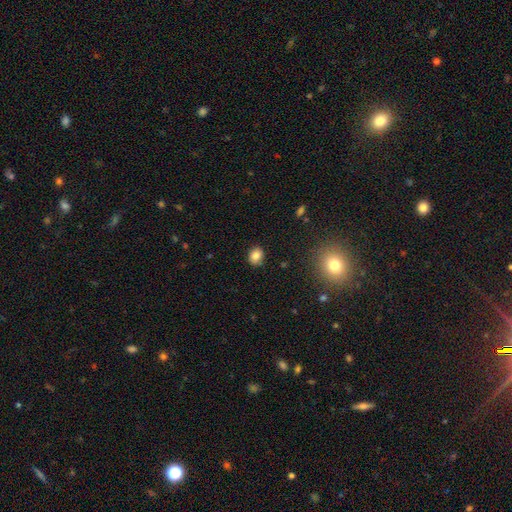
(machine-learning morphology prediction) Smooth or featured?
  - smooth: 83% *
  - star or artifact: 11%
  - featured or disk: 7%
How rounded?
  - round: 56% *
  - in between: 43%
  - cigar-shaped: 1%
Merging?
  - none: 86% *
  - minor disturbance: 10%
  - major disturbance: 2%
  - merger: 1%